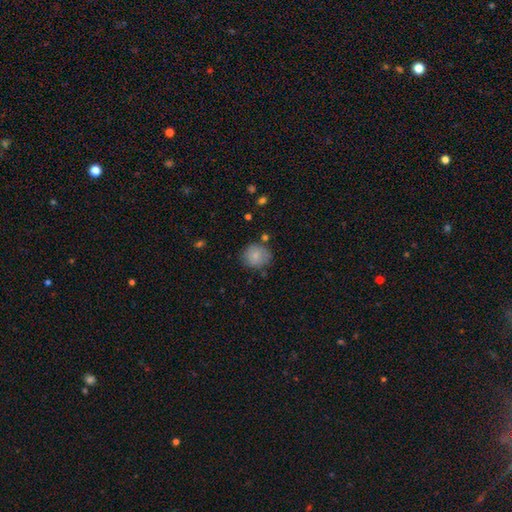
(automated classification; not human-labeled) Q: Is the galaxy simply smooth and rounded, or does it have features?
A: smooth — 80%.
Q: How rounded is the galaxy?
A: round — 77%.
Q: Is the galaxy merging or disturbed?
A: none — 74%.